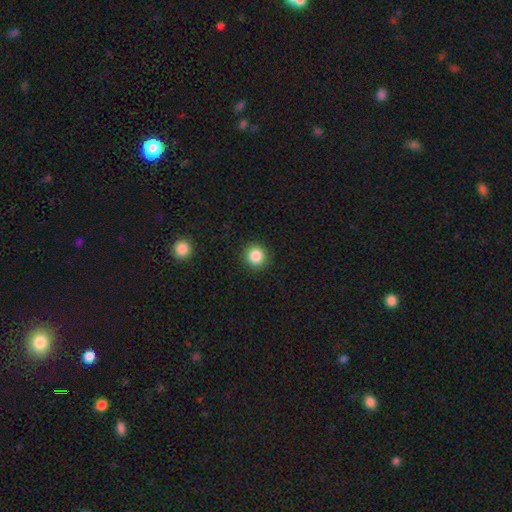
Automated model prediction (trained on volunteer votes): A smooth galaxy with no disk features (85%) that is round (92%).

Vote fractions:
- Smooth or featured? smooth: 85% / star or artifact: 11% / featured or disk: 4%
- How rounded? round: 92% / in between: 7% / cigar-shaped: 1%
- Merging? none: 91% / minor disturbance: 6% / major disturbance: 2% / merger: 1%